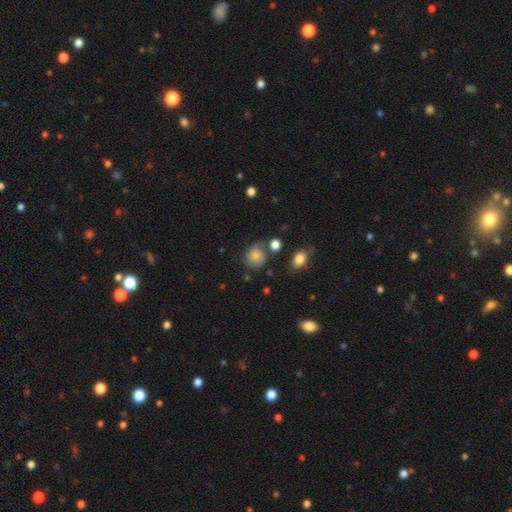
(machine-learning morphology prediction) A smooth galaxy with no disk features (74%) that is round (74%). Merging: none (62%).